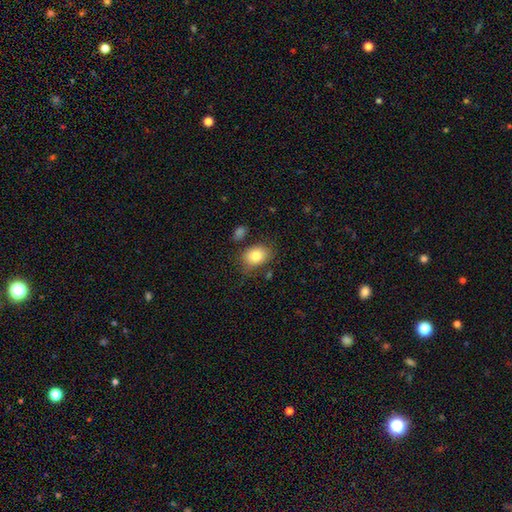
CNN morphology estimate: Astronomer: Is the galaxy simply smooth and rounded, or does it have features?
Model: smooth — 82%.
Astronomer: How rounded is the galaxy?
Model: in between — 72%.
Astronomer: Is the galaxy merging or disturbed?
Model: none — 72%.